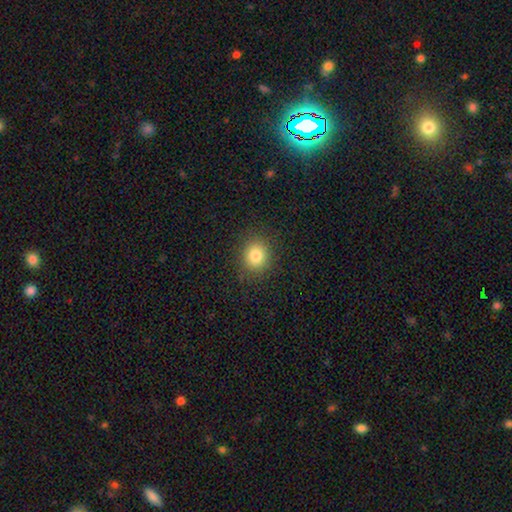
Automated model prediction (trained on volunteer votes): A smooth galaxy with no disk features (82%) that is round (77%). Merging: none (88%).